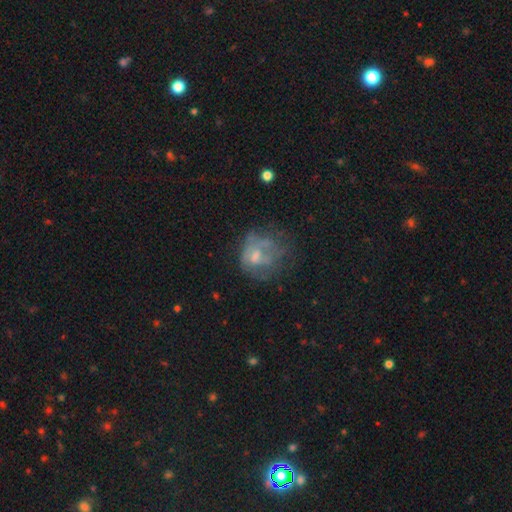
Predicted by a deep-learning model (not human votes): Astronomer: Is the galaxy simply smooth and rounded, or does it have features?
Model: featured or disk — 51% (runner-up: smooth, 35%).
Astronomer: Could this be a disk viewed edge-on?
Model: no — 98%.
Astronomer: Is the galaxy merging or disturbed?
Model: none — 39% (runner-up: major disturbance, 33%).